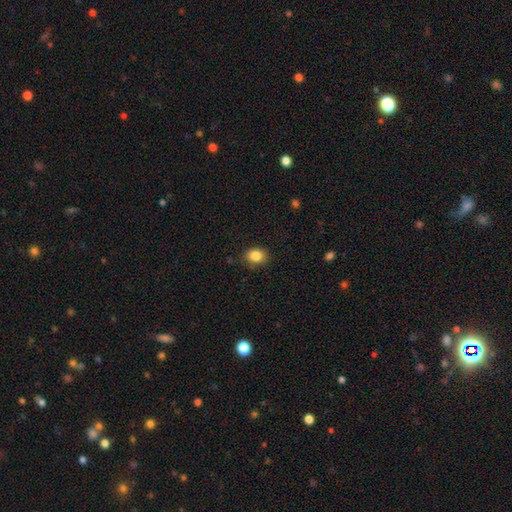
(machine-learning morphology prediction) The model was most divided on "how rounded": round: 50%, in between: 49%, cigar-shaped: 1%. More confident: smooth or featured — smooth (85%); merging — none (84%).